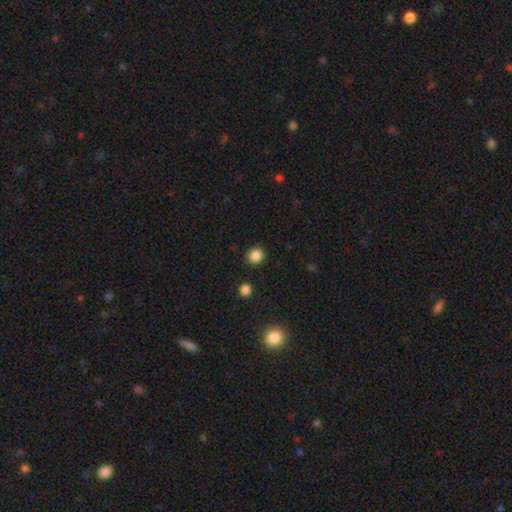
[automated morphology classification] Smooth or featured?
  - smooth: 85% *
  - star or artifact: 11%
  - featured or disk: 4%
How rounded?
  - round: 90% *
  - in between: 9%
  - cigar-shaped: 1%
Merging?
  - none: 90% *
  - minor disturbance: 6%
  - major disturbance: 2%
  - merger: 2%